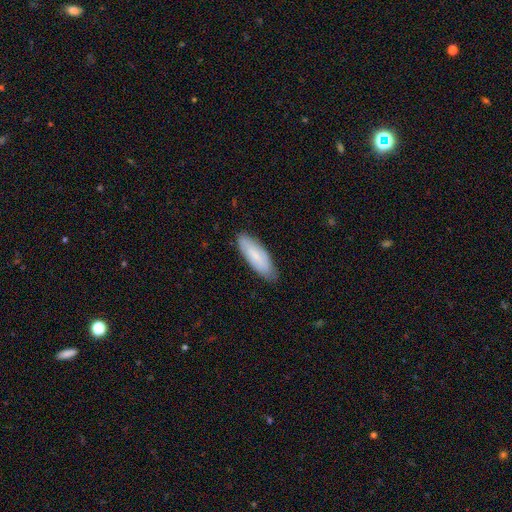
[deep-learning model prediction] smooth_or_featured: smooth (p=0.71) [alt: featured or disk p=0.23]
how_rounded: in between (p=0.64) [alt: cigar-shaped p=0.35]
merging: none (p=0.80) [alt: minor disturbance p=0.17]